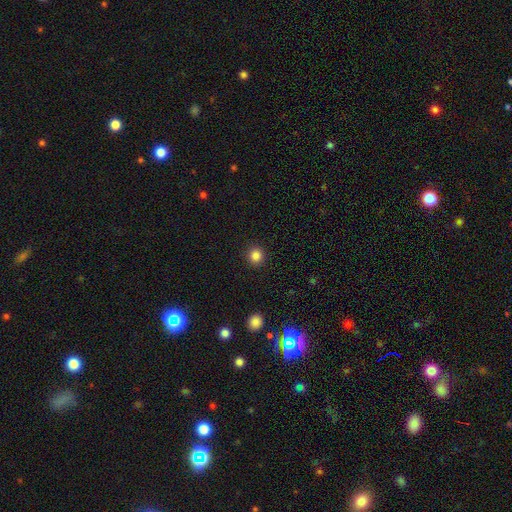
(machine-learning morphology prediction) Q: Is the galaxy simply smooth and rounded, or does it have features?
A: smooth — 84%.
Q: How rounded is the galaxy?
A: round — 92%.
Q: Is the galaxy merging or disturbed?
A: none — 92%.